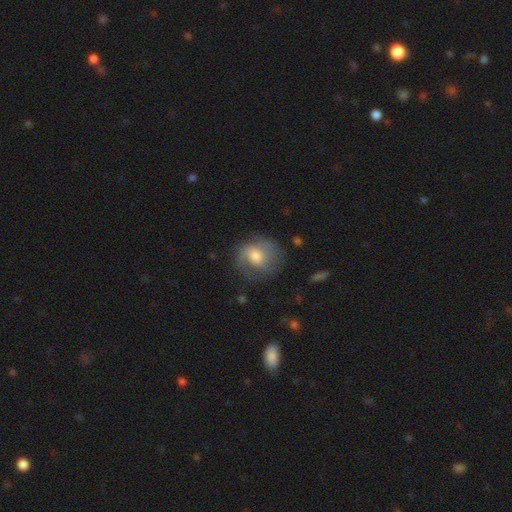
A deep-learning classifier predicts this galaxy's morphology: Smooth or featured: featured or disk — 52% (smooth — 40%)
Edge-on disk: no — 97% (yes — 3%)
Bar: no — 55% (weak — 38%)
Spiral arms: yes — 80% (no — 20%)
Bulge size: moderate — 59% (small — 18%)
Merging: none — 60% (minor disturbance — 23%)